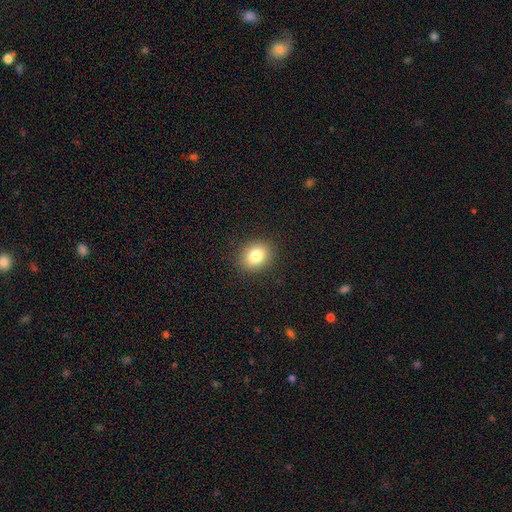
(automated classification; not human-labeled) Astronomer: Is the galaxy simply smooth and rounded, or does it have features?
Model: smooth — 82%.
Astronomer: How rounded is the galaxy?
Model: round — 53% (runner-up: in between, 46%).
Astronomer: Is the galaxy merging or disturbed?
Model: none — 89%.